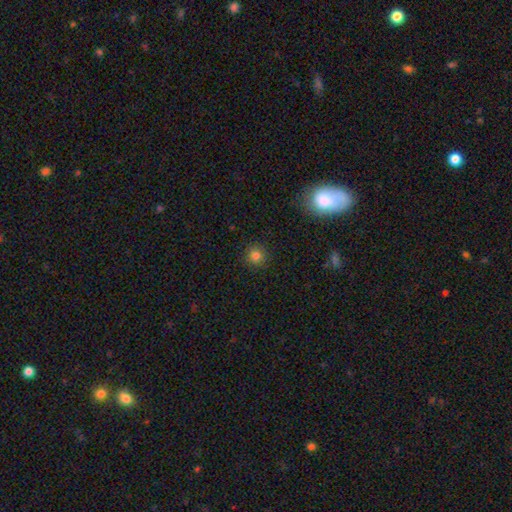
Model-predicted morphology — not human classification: Smooth or featured: smooth — 81% (star or artifact — 14%)
How rounded: round — 94% (in between — 5%)
Merging: none — 91% (minor disturbance — 6%)